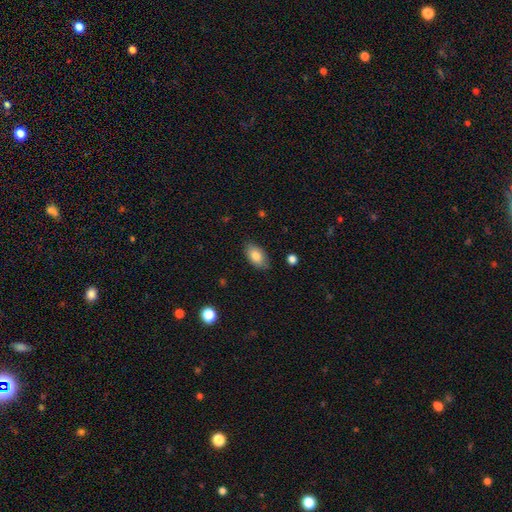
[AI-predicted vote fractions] Smooth or featured?
  - smooth: 83% *
  - featured or disk: 10%
  - star or artifact: 7%
How rounded?
  - in between: 93% *
  - round: 5%
  - cigar-shaped: 2%
Merging?
  - none: 82% *
  - minor disturbance: 14%
  - major disturbance: 3%
  - merger: 1%